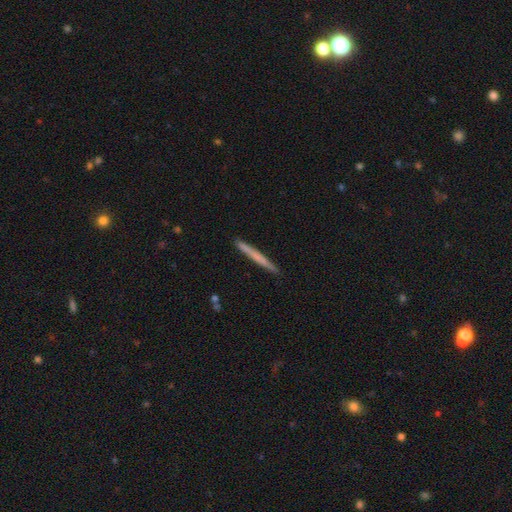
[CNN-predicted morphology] Smooth or featured?
  - smooth: 57% *
  - featured or disk: 37%
  - star or artifact: 5%
How rounded?
  - cigar-shaped: 97% *
  - in between: 2%
  - round: 1%
Merging?
  - none: 92% *
  - minor disturbance: 6%
  - major disturbance: 1%
  - merger: 1%